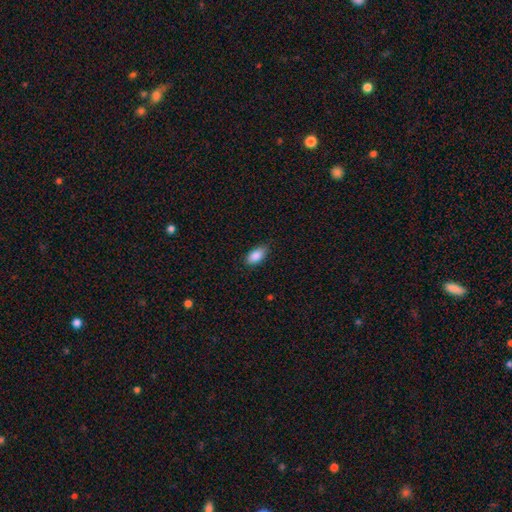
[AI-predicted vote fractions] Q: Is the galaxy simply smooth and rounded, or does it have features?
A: smooth — 87%.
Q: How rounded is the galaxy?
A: in between — 92%.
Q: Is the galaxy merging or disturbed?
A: none — 80%.